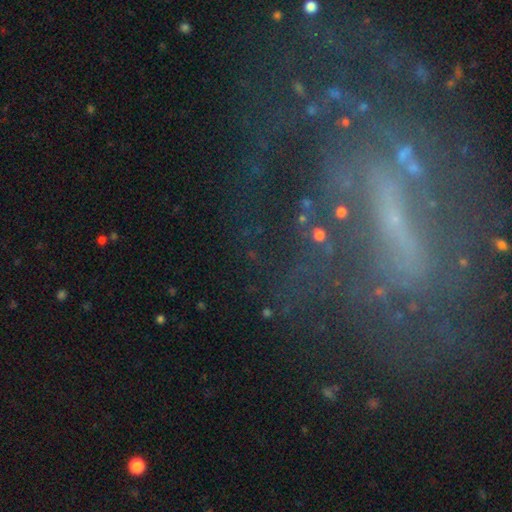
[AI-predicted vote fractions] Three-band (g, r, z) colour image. It shows a featured or disk galaxy (67%) with a strong bar (49%), spiral arms (69%) and a small central bulge (67%). Merging: none (62%).